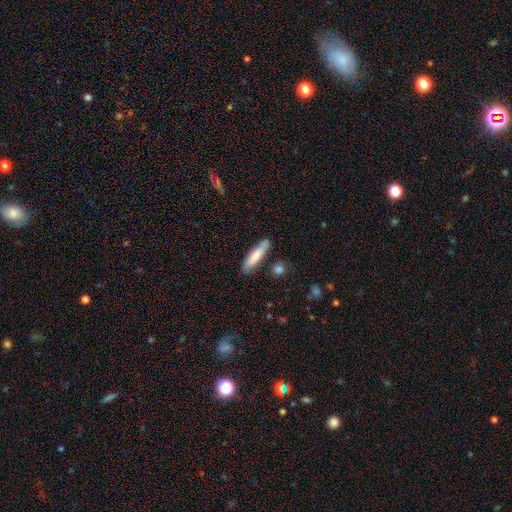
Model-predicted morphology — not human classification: This is likely a smooth galaxy (76%). How rounded: likely cigar-shaped (77%). Merging: clearly none (81%).